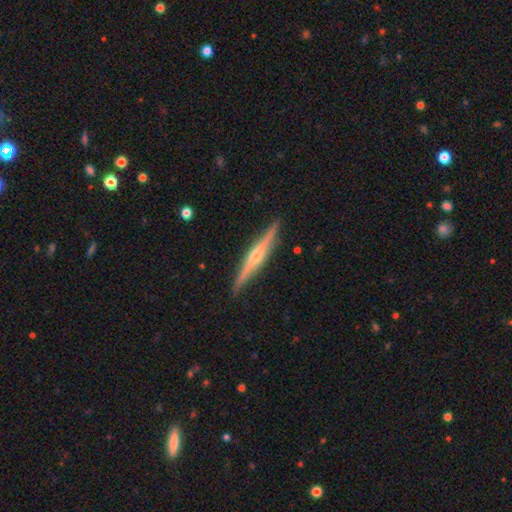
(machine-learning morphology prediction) featured or disk 77%, smooth 18%, star or artifact 5%. Down the decision tree: edge-on disk — yes (98%); edge-on bulge — rounded (83%); merging — none (91%).